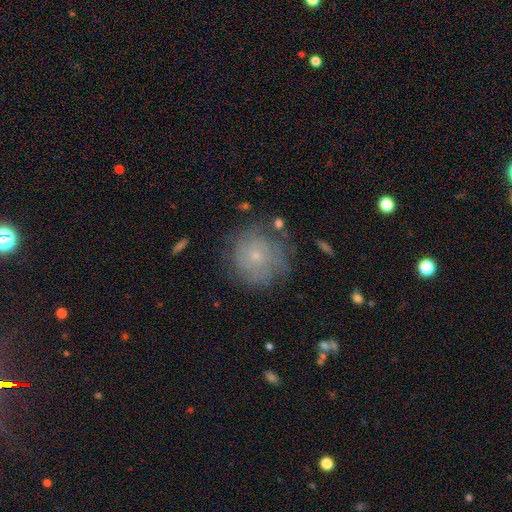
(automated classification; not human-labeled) This is marginally a featured or disk galaxy (44%). Merging: likely none (74%).